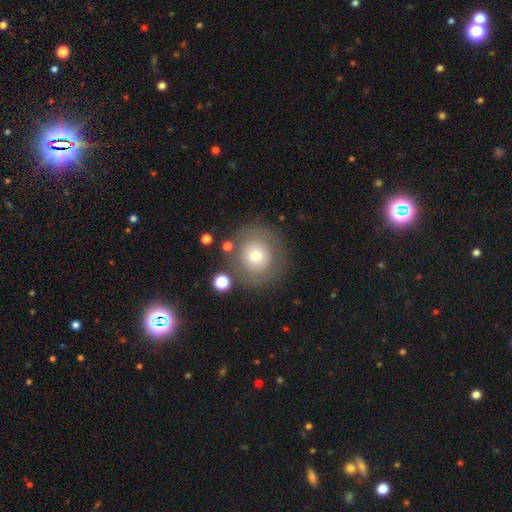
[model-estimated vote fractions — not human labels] smooth 66%, featured or disk 23%, star or artifact 11%. Down the decision tree: how rounded — round (91%); merging — none (80%).